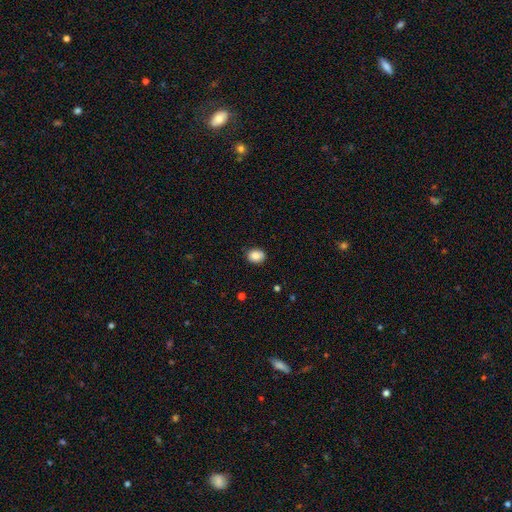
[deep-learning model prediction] Morphology: type=smooth (86%); roundness=in between (50%); merging=none (87%).